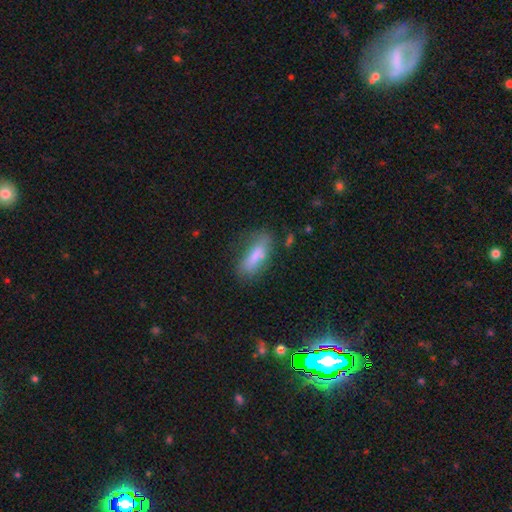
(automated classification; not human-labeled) Q: Smooth or featured?
A: smooth (75%); runner-up: featured or disk (17%)
Q: How rounded?
A: in between (56%); runner-up: cigar-shaped (42%)
Q: Merging?
A: none (58%); runner-up: minor disturbance (26%)